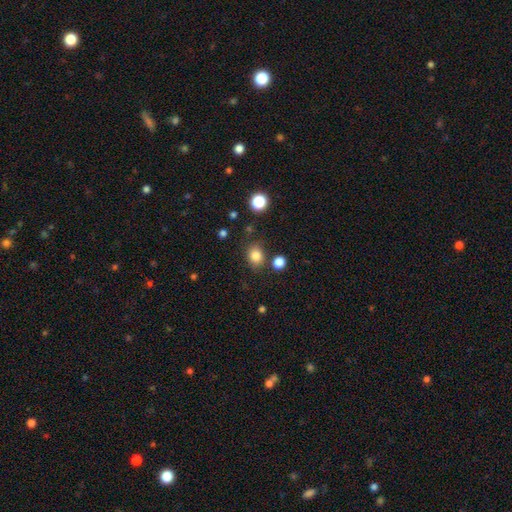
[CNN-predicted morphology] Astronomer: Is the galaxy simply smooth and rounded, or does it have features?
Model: smooth — 83%.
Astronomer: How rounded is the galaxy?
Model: round — 59% (runner-up: in between, 40%).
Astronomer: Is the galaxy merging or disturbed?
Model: none — 77%.